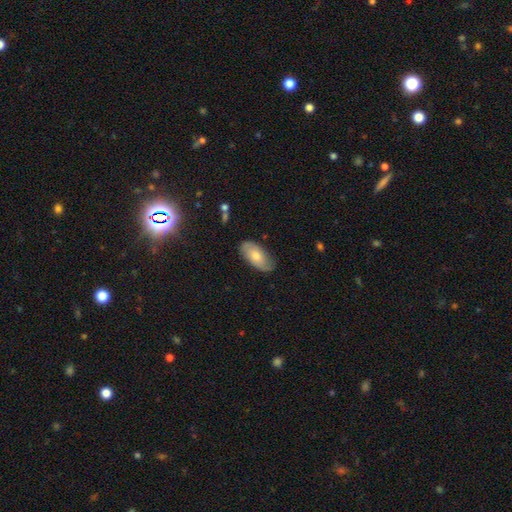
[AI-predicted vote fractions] smooth 57%, featured or disk 34%, star or artifact 9%. Down the decision tree: how rounded — in between (92%); merging — none (80%).